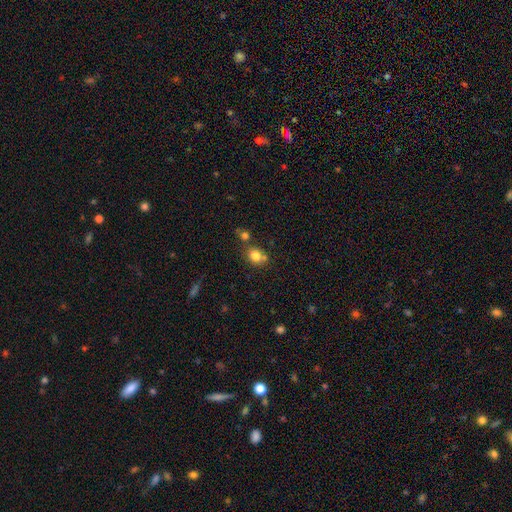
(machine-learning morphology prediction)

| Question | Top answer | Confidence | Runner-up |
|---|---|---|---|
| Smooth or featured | smooth | 80% | star or artifact (12%) |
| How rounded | round | 61% | in between (37%) |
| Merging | none | 59% | merger (23%) |